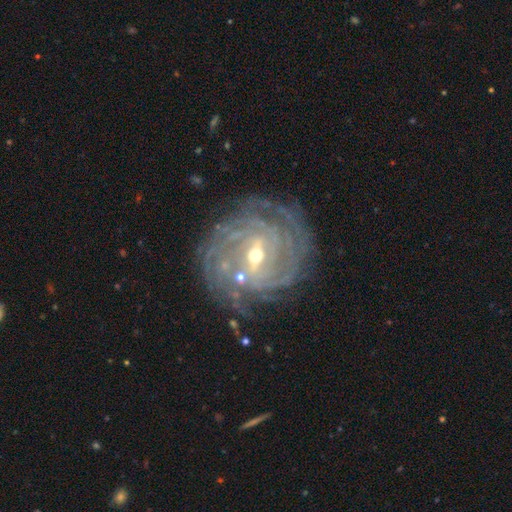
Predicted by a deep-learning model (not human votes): Smooth or featured: featured or disk — 90% (star or artifact — 5%)
Edge-on disk: no — 96% (yes — 4%)
Bar: weak — 44% (strong — 40%)
Spiral arms: yes — 97% (no — 3%)
Spiral winding: tight — 78% (medium — 18%)
Spiral arm count: 4 — 27% (can't tell — 22%)
Bulge size: small — 51% (moderate — 46%)
Merging: none — 75% (minor disturbance — 16%)